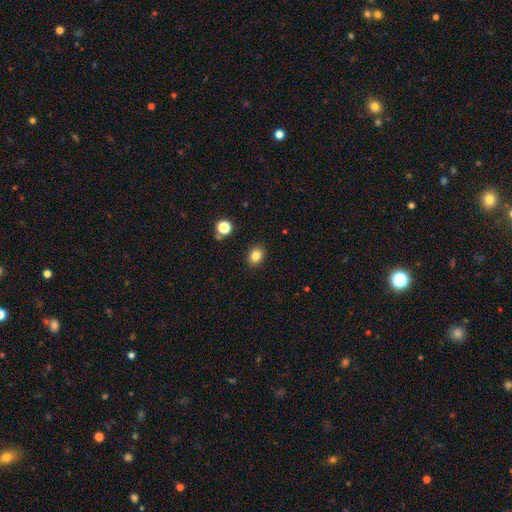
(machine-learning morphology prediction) Q: Smooth or featured?
A: smooth (83%); runner-up: star or artifact (11%)
Q: How rounded?
A: round (52%); runner-up: in between (47%)
Q: Merging?
A: none (89%); runner-up: minor disturbance (7%)